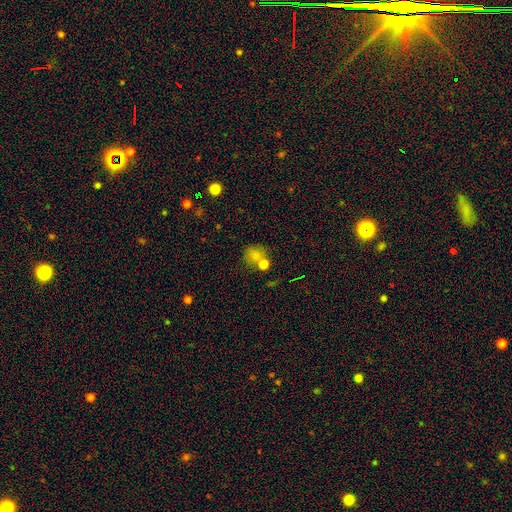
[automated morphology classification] This is likely a smooth galaxy (73%). How rounded: likely round (76%). Merging: possibly none (46%).